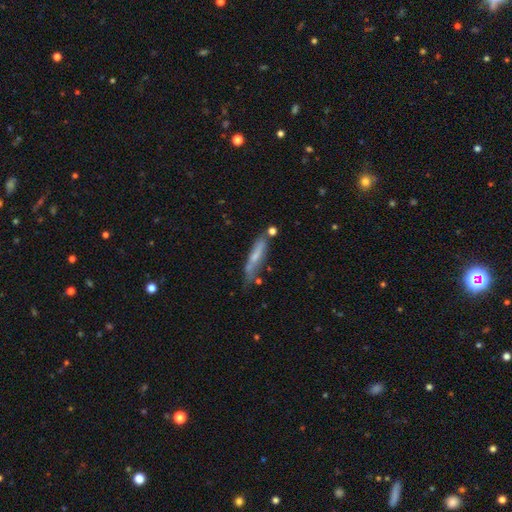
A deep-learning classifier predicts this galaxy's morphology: Smooth or featured?
  - smooth: 50% *
  - featured or disk: 42%
  - star or artifact: 7%
How rounded?
  - cigar-shaped: 85% *
  - in between: 13%
  - round: 2%
Merging?
  - none: 57% *
  - minor disturbance: 25%
  - merger: 10%
  - major disturbance: 8%